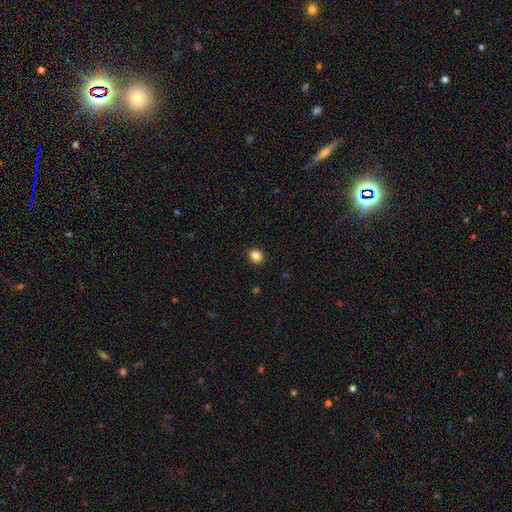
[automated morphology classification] Smooth or featured? smooth (85%)
How rounded? round (74%)
Merging? none (92%)